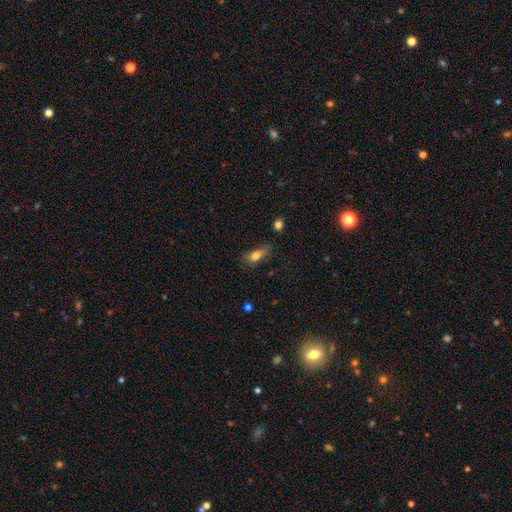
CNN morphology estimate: Smooth or featured? smooth (76%)
How rounded? in between (74%)
Merging? none (53%)